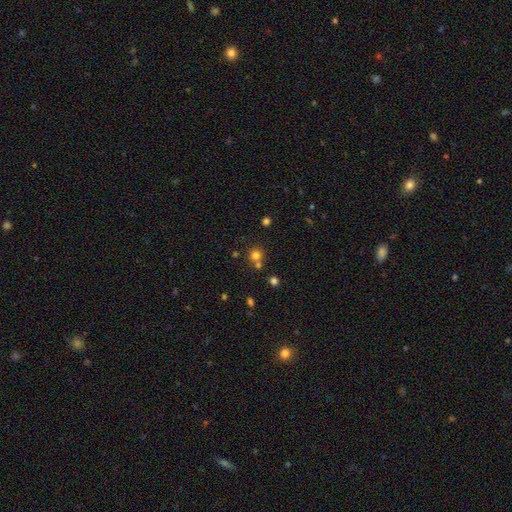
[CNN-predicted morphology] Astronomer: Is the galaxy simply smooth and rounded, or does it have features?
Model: smooth — 75%.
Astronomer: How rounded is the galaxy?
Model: round — 90%.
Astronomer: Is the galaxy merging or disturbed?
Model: none — 61%.